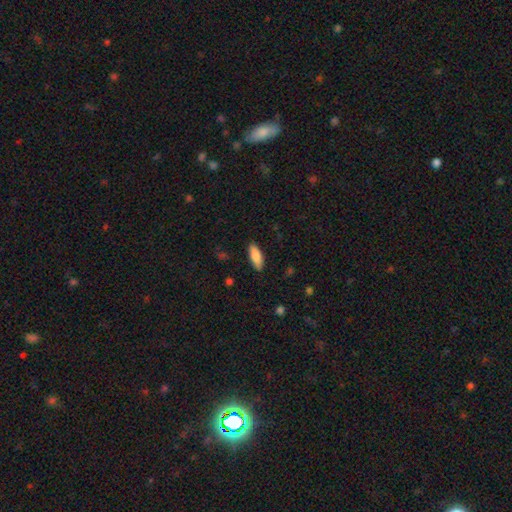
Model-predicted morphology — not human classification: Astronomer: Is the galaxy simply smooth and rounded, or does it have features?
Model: smooth — 86%.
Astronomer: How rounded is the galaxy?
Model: in between — 68%.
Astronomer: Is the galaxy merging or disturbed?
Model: none — 88%.